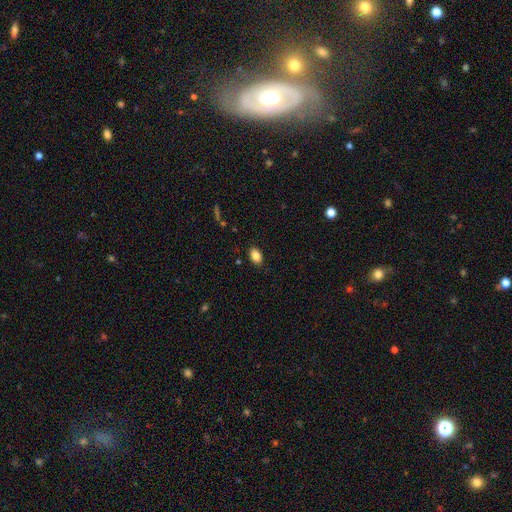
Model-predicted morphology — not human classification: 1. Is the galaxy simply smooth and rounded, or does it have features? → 86% smooth, 9% star or artifact, 6% featured or disk.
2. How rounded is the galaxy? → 87% in between, 11% round, 1% cigar-shaped.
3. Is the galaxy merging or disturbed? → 87% none, 10% minor disturbance, 2% major disturbance, 1% merger.